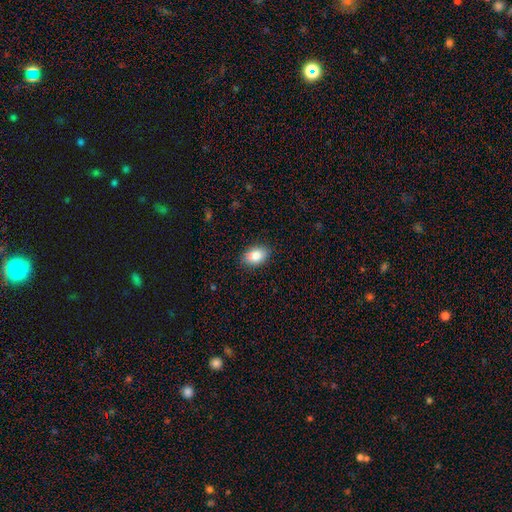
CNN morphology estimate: Smooth or featured? smooth (83%)
How rounded? in between (85%)
Merging? none (88%)